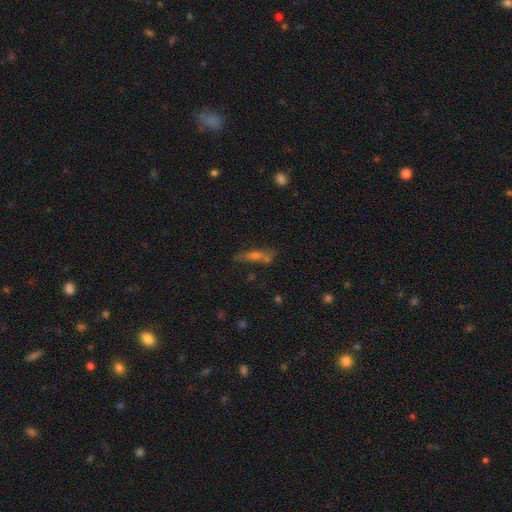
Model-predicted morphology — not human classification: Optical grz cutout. It shows a featured or disk galaxy (42%). Merging: none (62%).